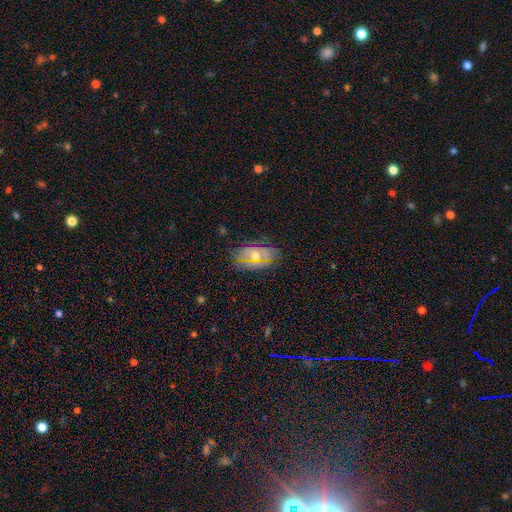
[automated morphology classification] A smooth galaxy with no disk features (43%).

Vote fractions:
- Smooth or featured? smooth: 43% / featured or disk: 40% / star or artifact: 17%
- Merging? none: 79% / minor disturbance: 15% / major disturbance: 4% / merger: 1%